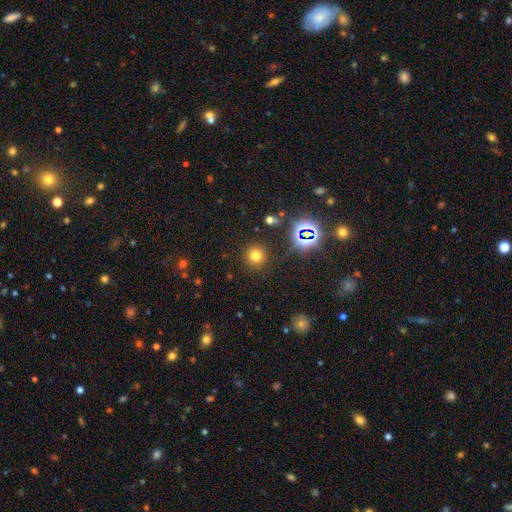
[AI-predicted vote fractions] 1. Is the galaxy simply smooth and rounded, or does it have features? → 69% smooth, 24% star or artifact, 7% featured or disk.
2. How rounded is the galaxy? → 93% round, 6% in between, 1% cigar-shaped.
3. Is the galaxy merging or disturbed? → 89% none, 6% minor disturbance, 3% major disturbance, 2% merger.